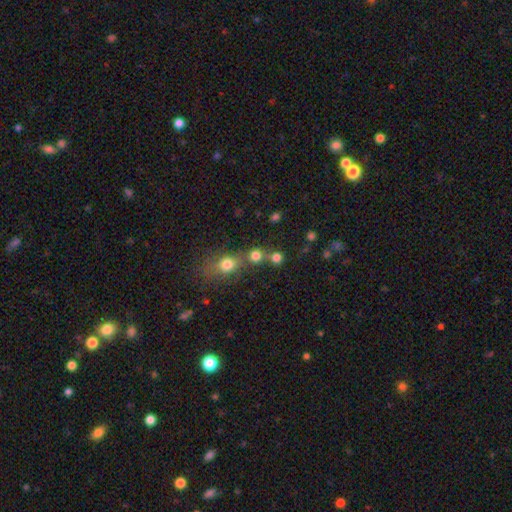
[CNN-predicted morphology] smooth 75%, star or artifact 17%, featured or disk 8%. Down the decision tree: how rounded — round (88%); merging — none (55%).